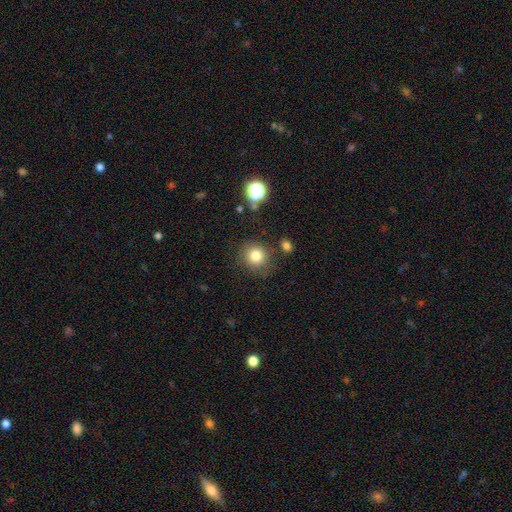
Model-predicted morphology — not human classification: Smooth or featured: smooth — 81% (star or artifact — 12%)
How rounded: round — 89% (in between — 10%)
Merging: none — 81% (minor disturbance — 11%)